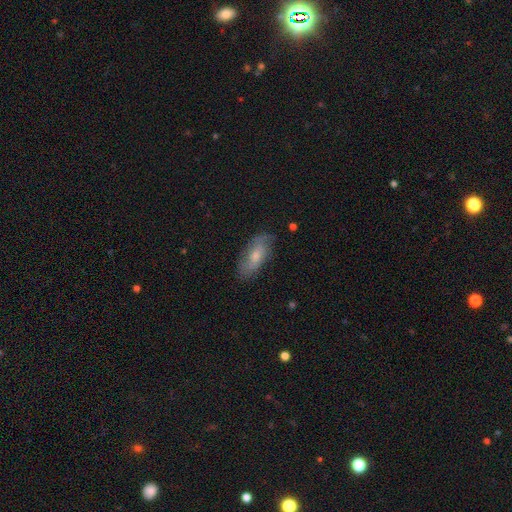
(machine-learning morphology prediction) Overall: smooth (51%; featured or disk 42%). How rounded: in between (81%). Merging: none (74%).